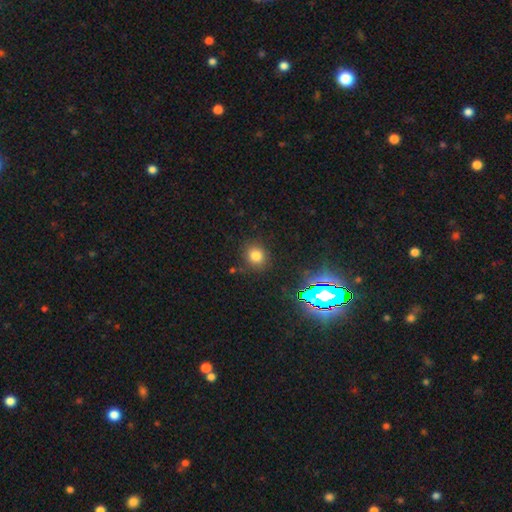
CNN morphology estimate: This is likely a smooth galaxy (76%). How rounded: clearly round (84%). Merging: clearly none (85%).